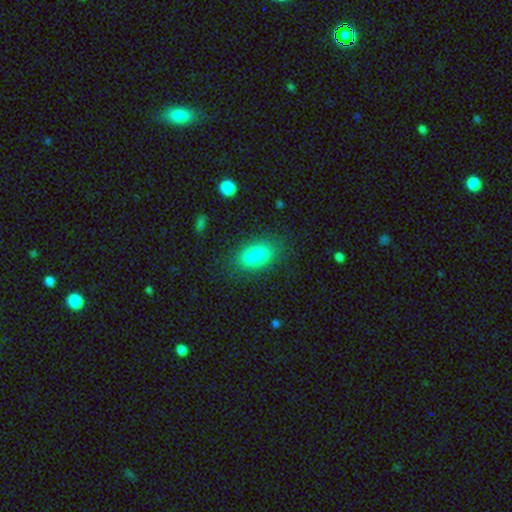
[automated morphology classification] This appears to be a smooth galaxy with no disk features (82%) that is in between round and cigar-shaped (90%). Merging: none (83%).